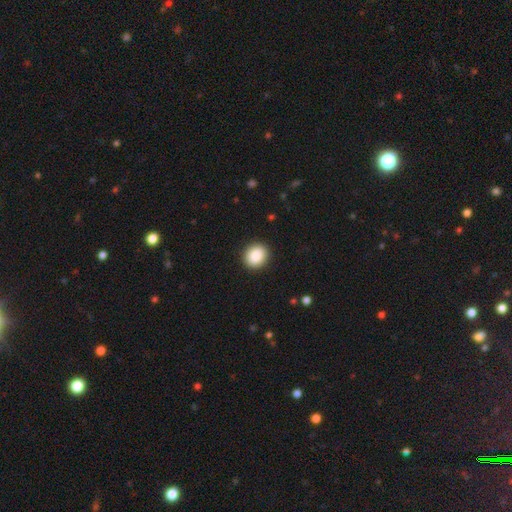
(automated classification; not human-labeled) The model was most divided on "how rounded": round: 81%, in between: 18%, cigar-shaped: 1%. More confident: merging — none (92%); smooth or featured — smooth (88%).